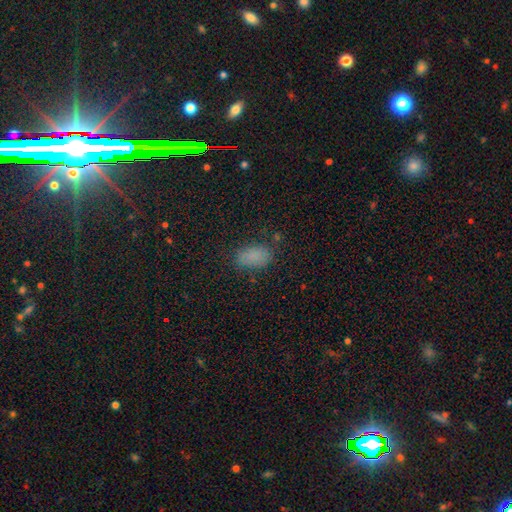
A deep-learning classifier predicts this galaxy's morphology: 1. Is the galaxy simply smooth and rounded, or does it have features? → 83% smooth, 12% star or artifact, 6% featured or disk.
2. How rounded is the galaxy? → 93% in between, 5% round, 2% cigar-shaped.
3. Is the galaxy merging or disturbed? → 75% none, 17% minor disturbance, 6% major disturbance, 2% merger.